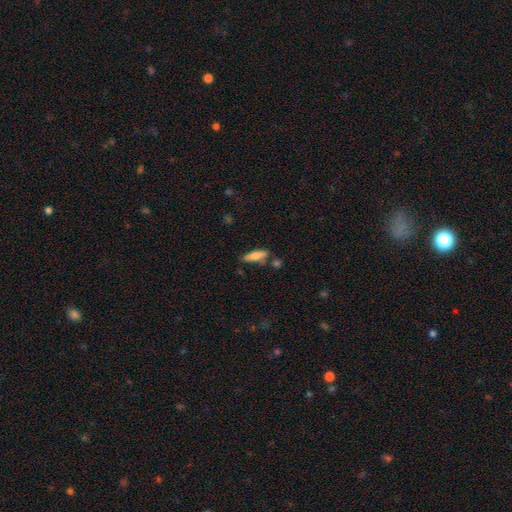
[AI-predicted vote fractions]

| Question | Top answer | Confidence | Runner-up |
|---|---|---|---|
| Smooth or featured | smooth | 70% | featured or disk (23%) |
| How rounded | cigar-shaped | 59% | in between (39%) |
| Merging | none | 64% | minor disturbance (19%) |